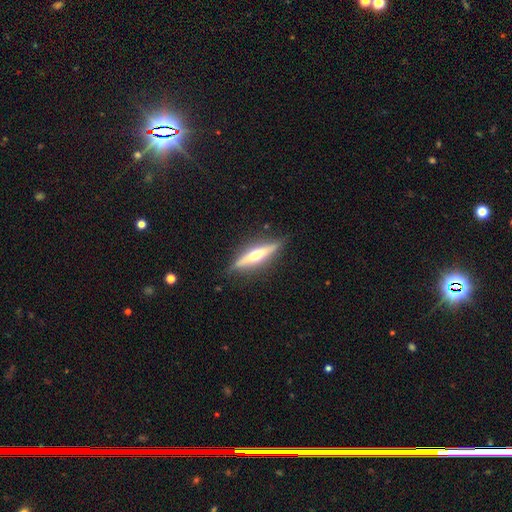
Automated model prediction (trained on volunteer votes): The model was most divided on "smooth or featured": featured or disk: 68%, smooth: 26%, star or artifact: 5%. More confident: edge-on disk — yes (96%); edge-on bulge — rounded (92%); merging — none (87%).